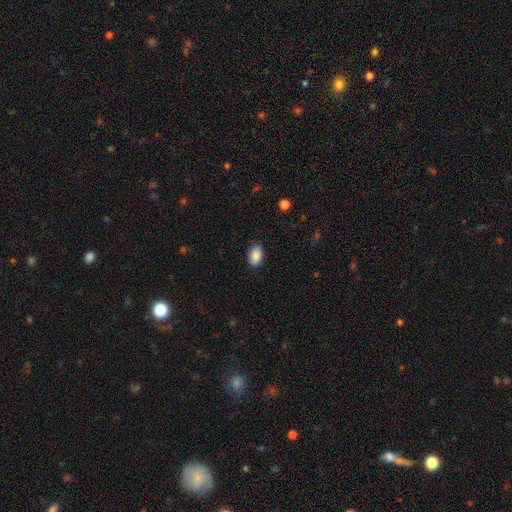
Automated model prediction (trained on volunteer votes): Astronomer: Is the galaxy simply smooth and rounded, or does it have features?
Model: smooth — 89%.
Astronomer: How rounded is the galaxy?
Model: in between — 92%.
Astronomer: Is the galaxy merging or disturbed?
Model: none — 86%.